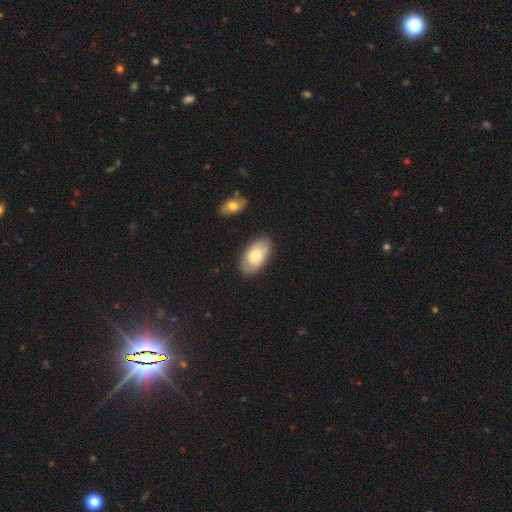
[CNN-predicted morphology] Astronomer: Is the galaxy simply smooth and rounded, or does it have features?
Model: smooth — 72%.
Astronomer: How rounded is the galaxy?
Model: in between — 95%.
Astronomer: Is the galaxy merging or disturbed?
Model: none — 82%.